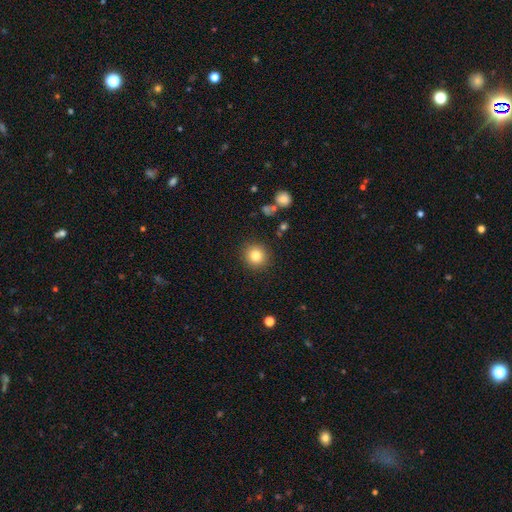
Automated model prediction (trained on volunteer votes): smooth-or-featured: smooth: 83% | star or artifact: 11% | featured or disk: 7%
  how-rounded: round: 92% | in between: 7% | cigar-shaped: 1%
  merging: none: 90% | minor disturbance: 6% | major disturbance: 2% | merger: 1%